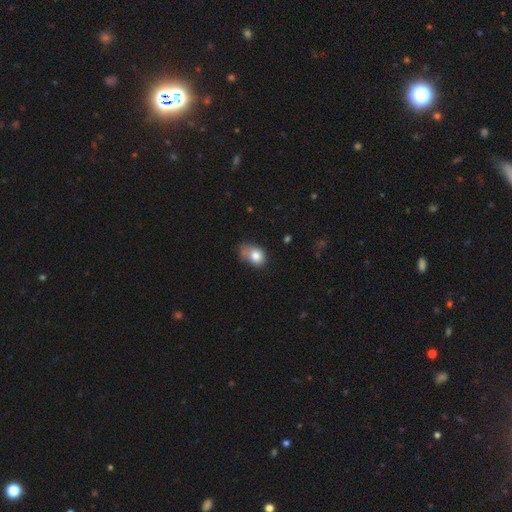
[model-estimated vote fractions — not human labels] Smooth or featured? Predicted: smooth (p=0.79). How rounded? Predicted: in between (p=0.67). Merging? Predicted: minor disturbance (p=0.38).